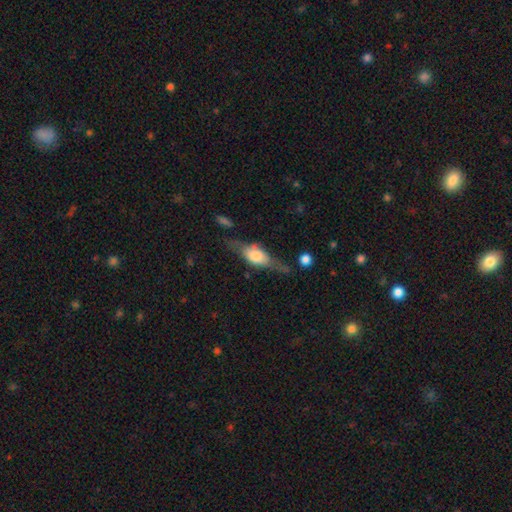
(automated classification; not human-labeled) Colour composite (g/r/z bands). It shows a featured or disk galaxy (53%) viewed edge-on (85%). Merging: none (57%).